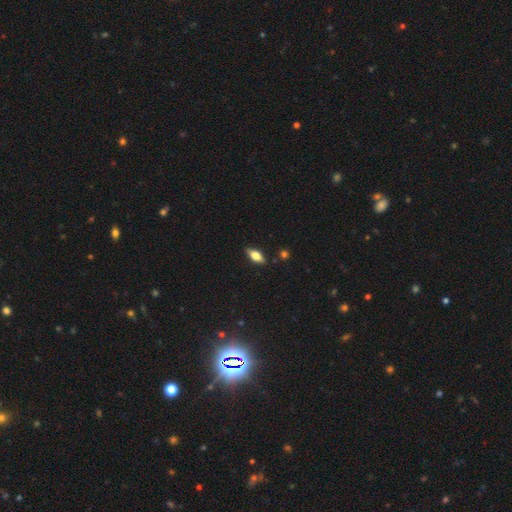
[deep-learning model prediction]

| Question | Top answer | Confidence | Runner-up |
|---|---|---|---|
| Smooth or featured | smooth | 58% | featured or disk (34%) |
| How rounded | in between | 78% | cigar-shaped (18%) |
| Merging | none | 85% | minor disturbance (11%) |